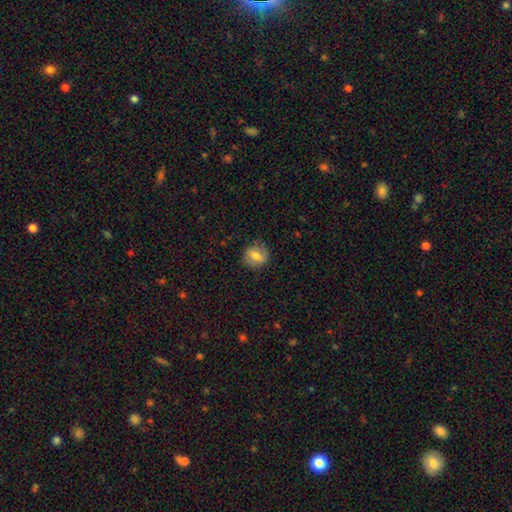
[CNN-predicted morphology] Smooth or featured: smooth — 65% (featured or disk — 26%)
How rounded: round — 68% (in between — 30%)
Merging: none — 82% (minor disturbance — 13%)